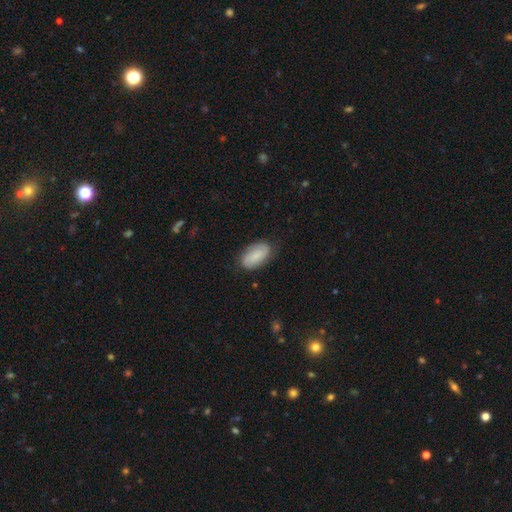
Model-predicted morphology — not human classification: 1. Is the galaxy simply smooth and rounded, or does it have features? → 56% smooth, 37% featured or disk, 7% star or artifact.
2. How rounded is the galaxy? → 92% in between, 4% round, 3% cigar-shaped.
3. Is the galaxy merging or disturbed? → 78% none, 16% minor disturbance, 4% major disturbance, 1% merger.